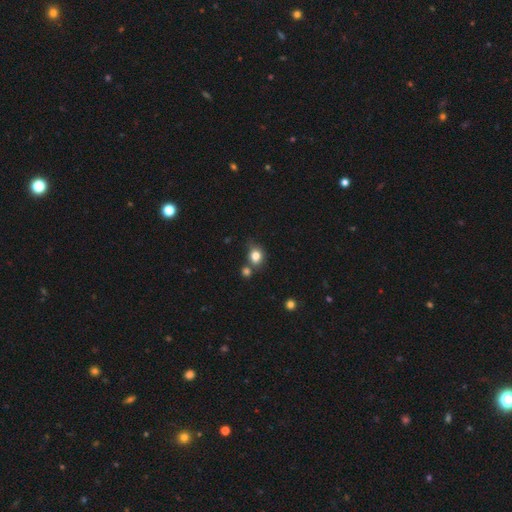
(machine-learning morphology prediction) The model was most divided on "how rounded": round: 62%, in between: 37%, cigar-shaped: 1%. More confident: smooth or featured — smooth (80%); merging — none (58%).